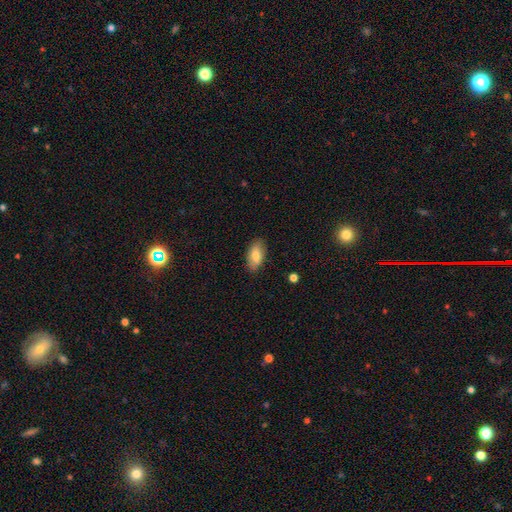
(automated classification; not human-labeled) Smooth or featured?
  - smooth: 80% *
  - featured or disk: 13%
  - star or artifact: 7%
How rounded?
  - in between: 89% *
  - cigar-shaped: 8%
  - round: 3%
Merging?
  - none: 86% *
  - minor disturbance: 11%
  - major disturbance: 2%
  - merger: 1%